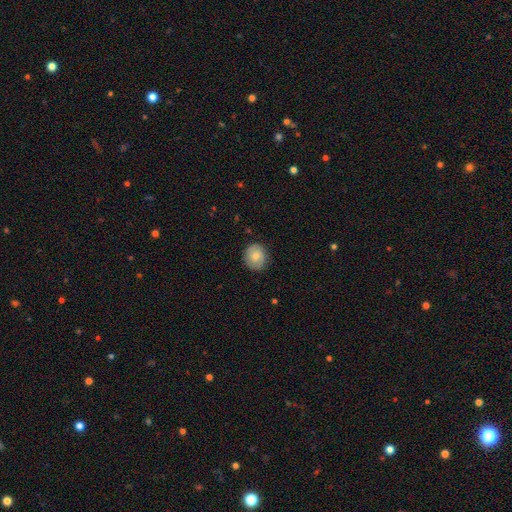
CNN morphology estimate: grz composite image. It shows a smooth galaxy with no disk features (65%) that is round (79%). Merging: none (85%).